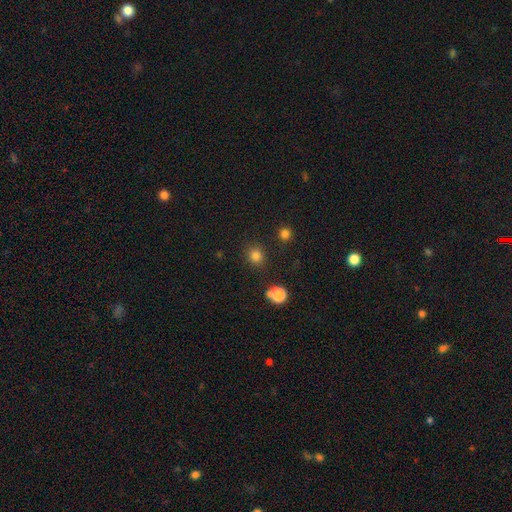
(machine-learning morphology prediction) Smooth or featured? Predicted: smooth (p=0.81). How rounded? Predicted: round (p=0.87). Merging? Predicted: none (p=0.86).